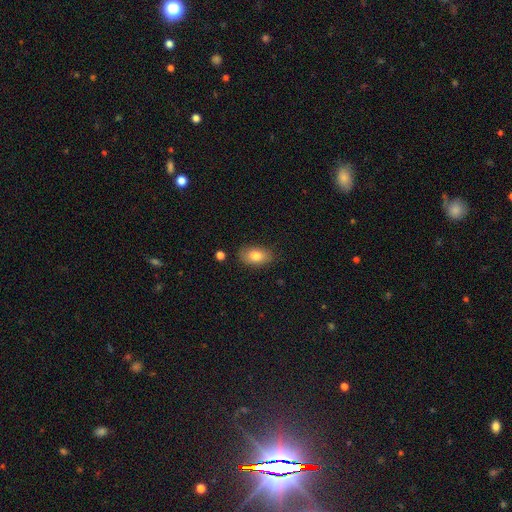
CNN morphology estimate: Smooth or featured? smooth (81%)
How rounded? in between (90%)
Merging? none (82%)